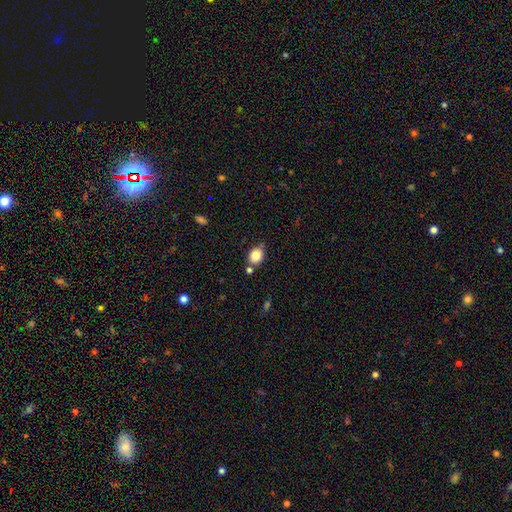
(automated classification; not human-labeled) Smooth or featured?
  - smooth: 83% *
  - star or artifact: 10%
  - featured or disk: 8%
How rounded?
  - round: 53% *
  - in between: 46%
  - cigar-shaped: 1%
Merging?
  - none: 71% *
  - minor disturbance: 14%
  - merger: 12%
  - major disturbance: 3%